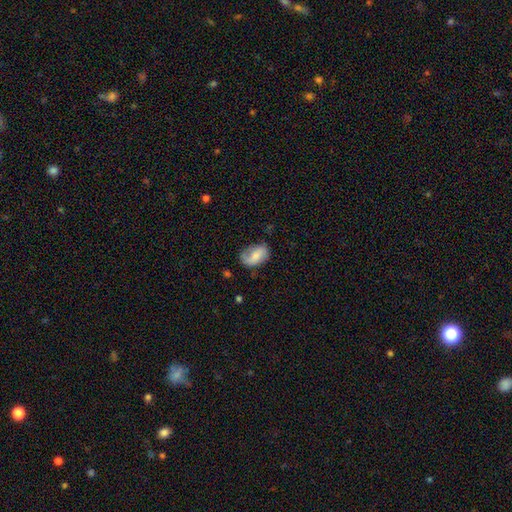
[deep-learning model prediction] Smooth or featured? smooth (54%)
How rounded? in between (85%)
Merging? none (56%)